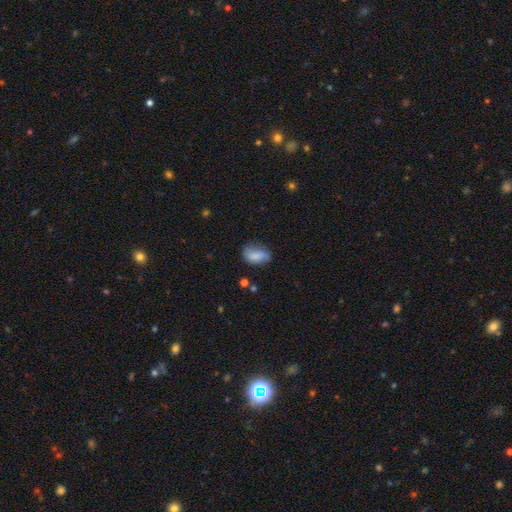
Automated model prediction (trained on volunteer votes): Smooth or featured?
  - smooth: 74% *
  - featured or disk: 17%
  - star or artifact: 8%
How rounded?
  - in between: 87% *
  - round: 9%
  - cigar-shaped: 3%
Merging?
  - none: 62% *
  - minor disturbance: 27%
  - major disturbance: 8%
  - merger: 3%